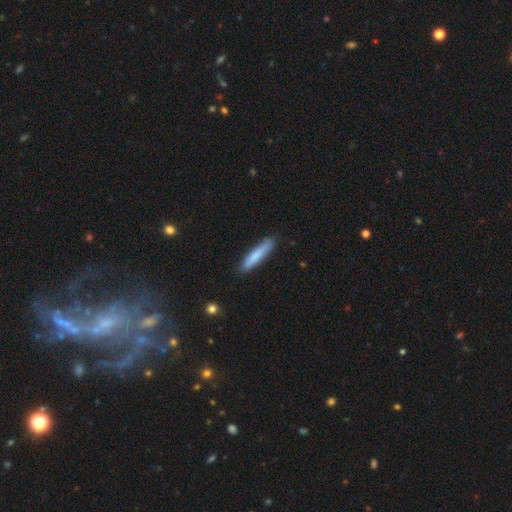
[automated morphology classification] type=smooth (79%); roundness=cigar-shaped (89%); merging=none (86%).